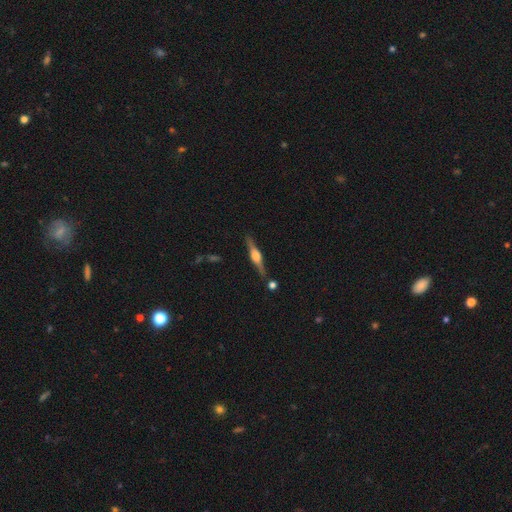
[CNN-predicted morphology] smooth_or_featured: featured or disk (p=0.78) [alt: smooth p=0.16]
disk_edge_on: yes (p=0.98) [alt: no p=0.02]
edge_on_bulge: rounded (p=0.89) [alt: boxy p=0.09]
merging: none (p=0.85) [alt: minor disturbance p=0.09]